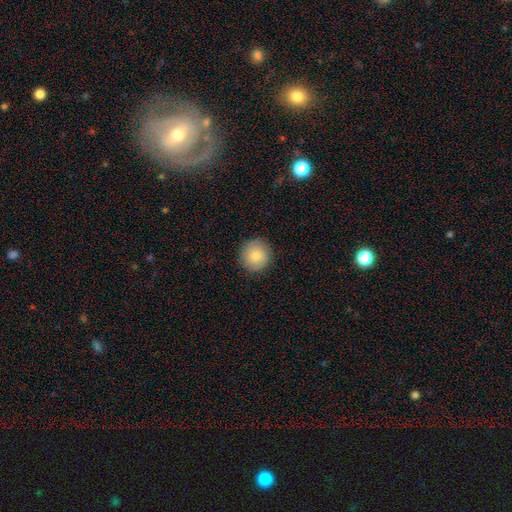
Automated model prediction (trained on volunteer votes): The model was most divided on "smooth or featured": smooth: 85%, featured or disk: 8%, star or artifact: 7%. More confident: how rounded — round (92%); merging — none (90%).